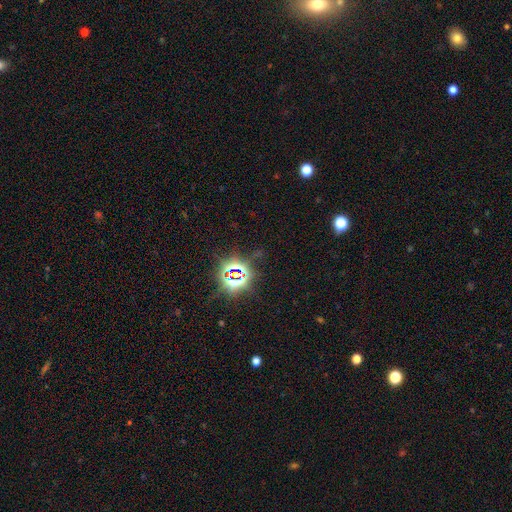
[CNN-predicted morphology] star or artifact 80%, smooth 13%, featured or disk 8%.